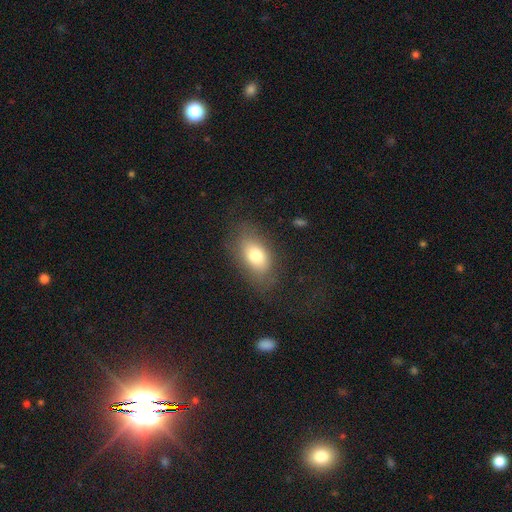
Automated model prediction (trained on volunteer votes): This appears to be a smooth galaxy with no disk features (76%) that is in between round and cigar-shaped (89%). Merging: none (75%).